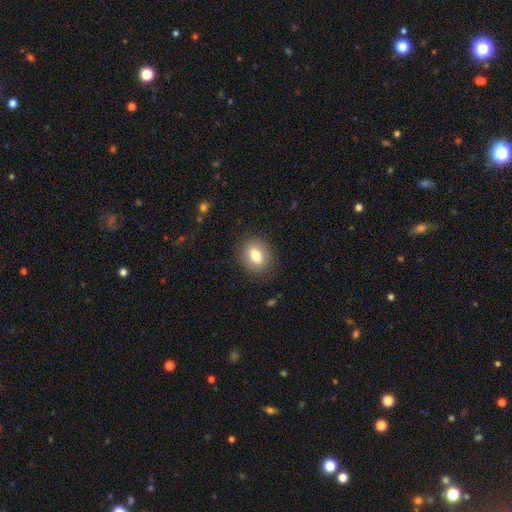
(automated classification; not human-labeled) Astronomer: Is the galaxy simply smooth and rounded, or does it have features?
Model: smooth — 80%.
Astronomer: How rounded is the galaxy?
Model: in between — 55% (runner-up: round, 44%).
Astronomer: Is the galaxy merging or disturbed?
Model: none — 87%.